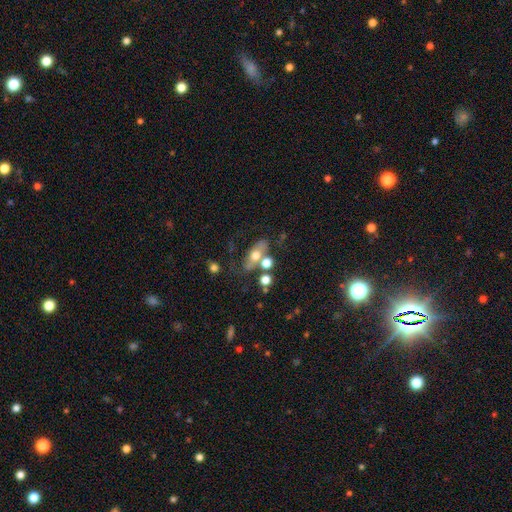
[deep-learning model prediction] smooth-or-featured: smooth: 53% | featured or disk: 36% | star or artifact: 11%
  how-rounded: in between: 72% | round: 16% | cigar-shaped: 13%
  merging: none: 46% | merger: 24% | minor disturbance: 18% | major disturbance: 12%